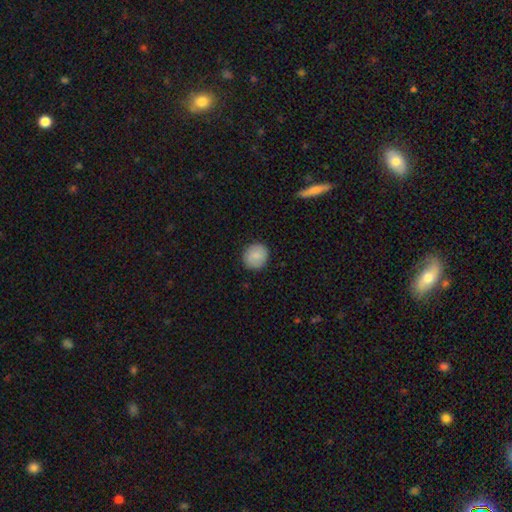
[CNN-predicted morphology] This appears to be a smooth galaxy with no disk features (83%) that is round (90%). Merging: none (89%).